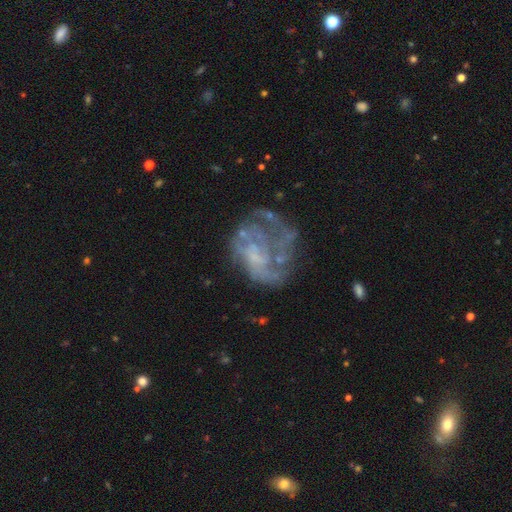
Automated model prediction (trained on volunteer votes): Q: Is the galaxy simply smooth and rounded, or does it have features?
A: featured or disk — 70%.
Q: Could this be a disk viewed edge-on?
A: no — 98%.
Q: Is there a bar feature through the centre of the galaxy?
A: no — 79%.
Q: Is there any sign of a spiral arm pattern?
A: no — 51%.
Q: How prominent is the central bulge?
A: none — 62%.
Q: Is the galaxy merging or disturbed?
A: none — 44%.